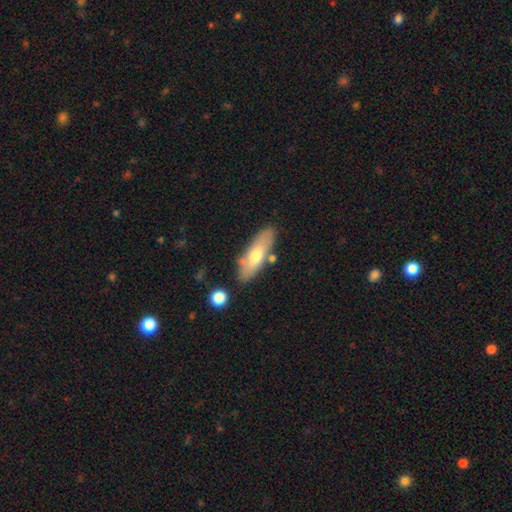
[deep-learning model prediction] Smooth or featured? Predicted: smooth (p=0.58). How rounded? Predicted: in between (p=0.60). Merging? Predicted: none (p=0.77).